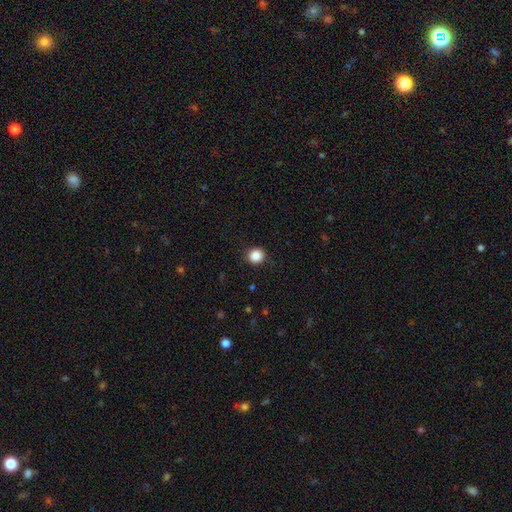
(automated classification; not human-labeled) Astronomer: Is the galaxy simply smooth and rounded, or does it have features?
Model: smooth — 87%.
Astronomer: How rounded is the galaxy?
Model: round — 91%.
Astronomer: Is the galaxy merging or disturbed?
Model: none — 91%.